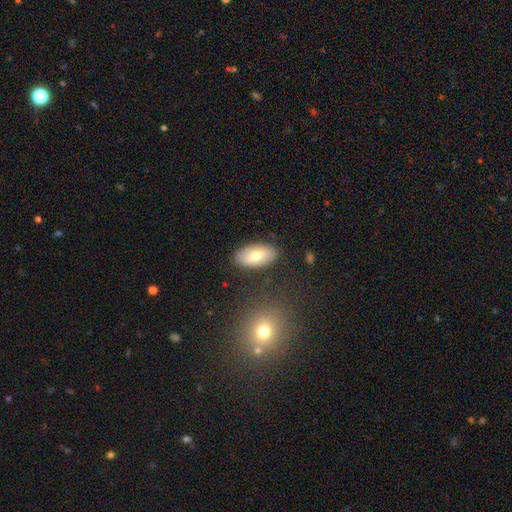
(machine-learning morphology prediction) Smooth or featured? Predicted: smooth (p=0.65). How rounded? Predicted: in between (p=0.94). Merging? Predicted: none (p=0.85).